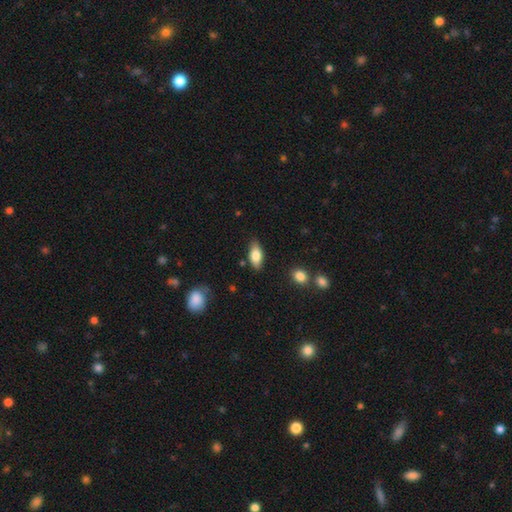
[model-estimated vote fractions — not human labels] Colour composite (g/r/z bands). It shows a smooth galaxy with no disk features (75%) that is in between round and cigar-shaped (84%). Merging: none (81%).